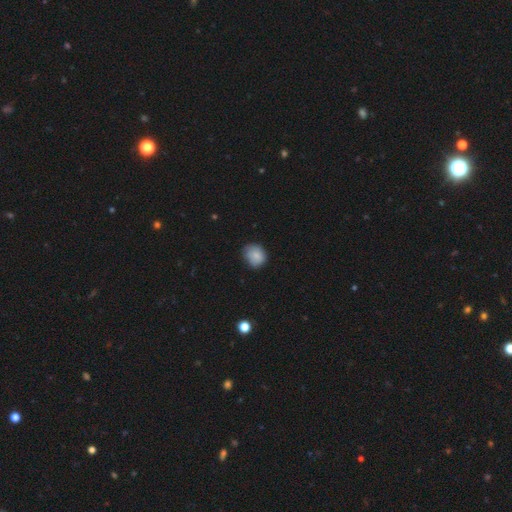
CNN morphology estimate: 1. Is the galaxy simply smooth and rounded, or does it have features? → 81% smooth, 10% featured or disk, 9% star or artifact.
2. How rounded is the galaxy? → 67% round, 32% in between, 1% cigar-shaped.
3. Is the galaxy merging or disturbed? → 65% none, 29% minor disturbance, 5% major disturbance, 1% merger.